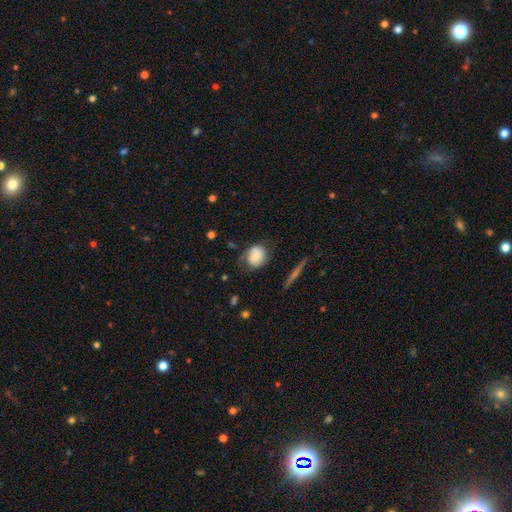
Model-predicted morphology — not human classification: smooth-or-featured: smooth: 68% | featured or disk: 24% | star or artifact: 8%
  how-rounded: round: 60% | in between: 38% | cigar-shaped: 2%
  merging: none: 54% | minor disturbance: 30% | major disturbance: 13% | merger: 3%